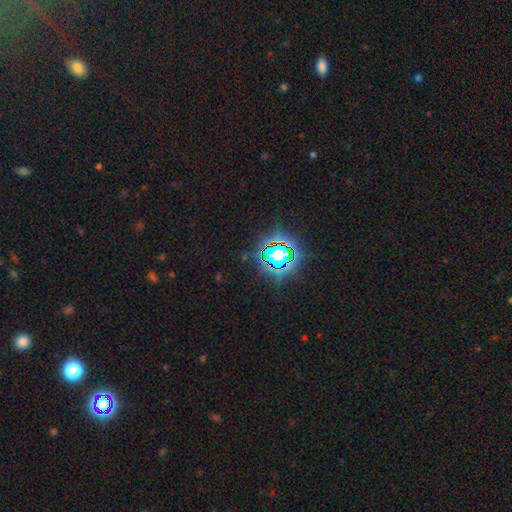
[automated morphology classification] Overall: star or artifact (80%).